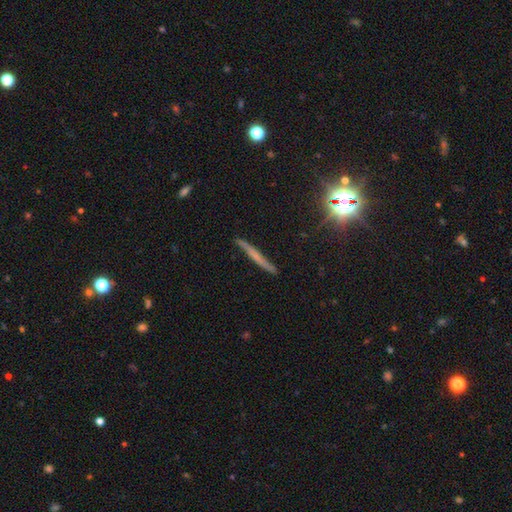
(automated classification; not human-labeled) This appears to be a featured or disk galaxy (50%). Merging: none (84%).